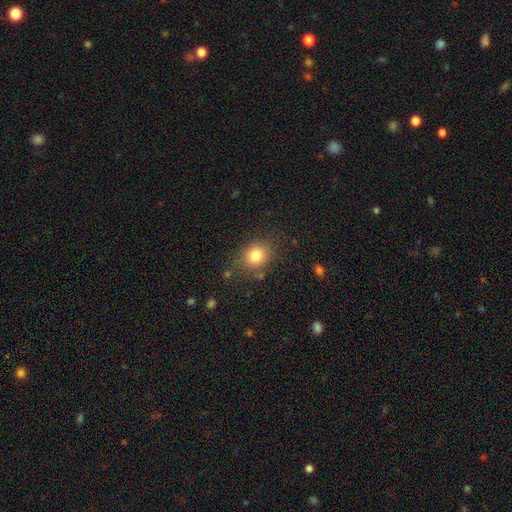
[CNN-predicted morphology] type=smooth (80%); roundness=round (64%); merging=none (80%).